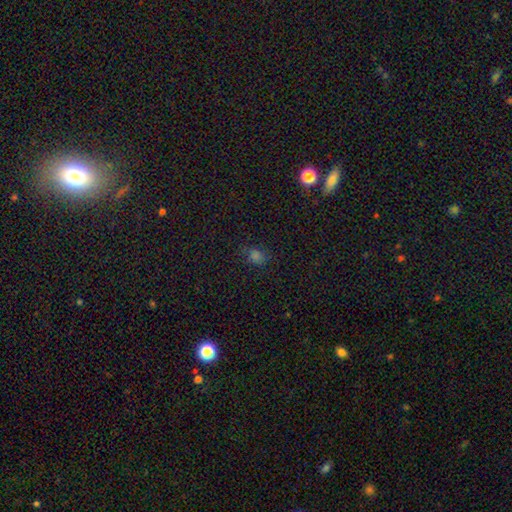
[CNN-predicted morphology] A smooth galaxy with no disk features (69%) that is round (53%).

Vote fractions:
- Smooth or featured? smooth: 69% / star or artifact: 25% / featured or disk: 6%
- How rounded? round: 53% / in between: 45% / cigar-shaped: 2%
- Merging? none: 73% / minor disturbance: 19% / major disturbance: 6% / merger: 2%